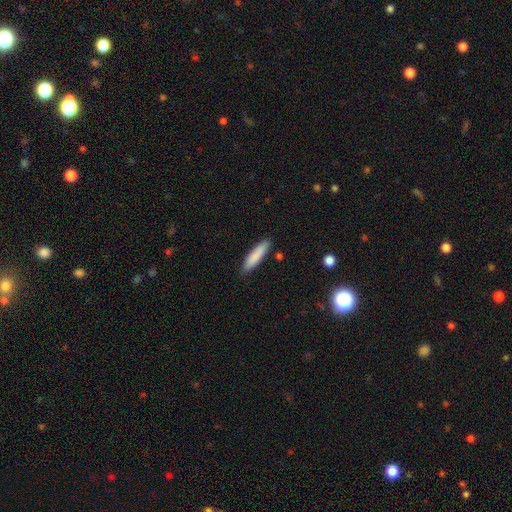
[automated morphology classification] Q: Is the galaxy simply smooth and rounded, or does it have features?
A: smooth — 85%.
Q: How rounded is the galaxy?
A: cigar-shaped — 79%.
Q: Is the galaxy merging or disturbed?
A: none — 86%.